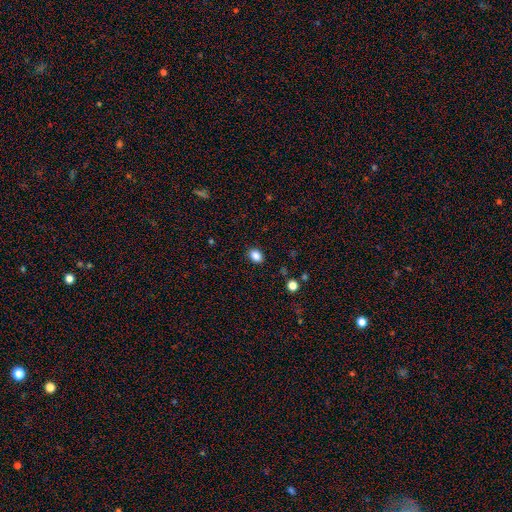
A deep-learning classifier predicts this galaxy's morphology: smooth 86%, star or artifact 10%, featured or disk 4%. Down the decision tree: how rounded — in between (67%); merging — none (89%).